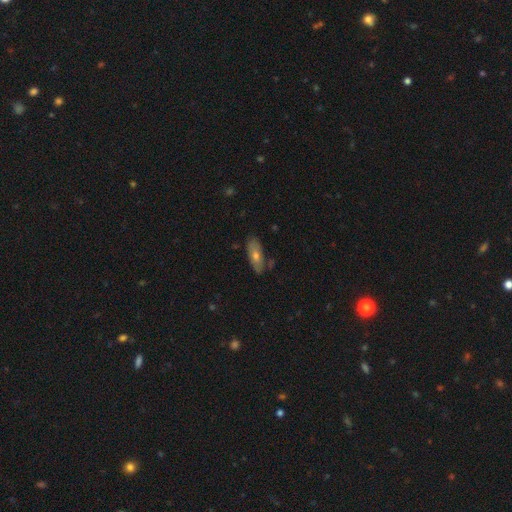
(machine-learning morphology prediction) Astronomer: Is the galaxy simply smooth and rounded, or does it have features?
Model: smooth — 52% (runner-up: featured or disk, 40%).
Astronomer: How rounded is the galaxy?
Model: in between — 66%.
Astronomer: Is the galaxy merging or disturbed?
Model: none — 76%.